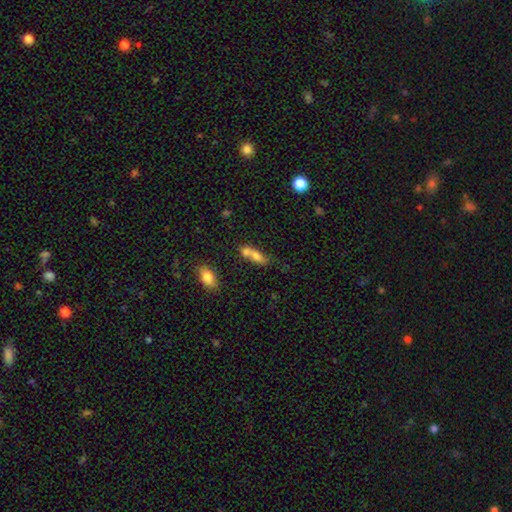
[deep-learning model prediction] Smooth or featured? Predicted: smooth (p=0.69). How rounded? Predicted: in between (p=0.64). Merging? Predicted: merger (p=0.61).